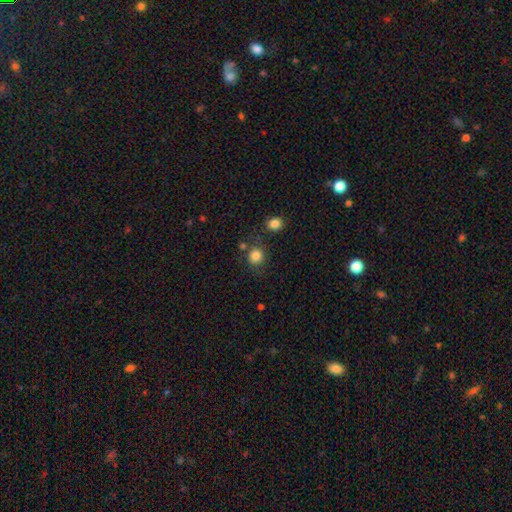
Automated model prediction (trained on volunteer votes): Smooth or featured? Predicted: smooth (p=0.84). How rounded? Predicted: round (p=0.87). Merging? Predicted: none (p=0.77).